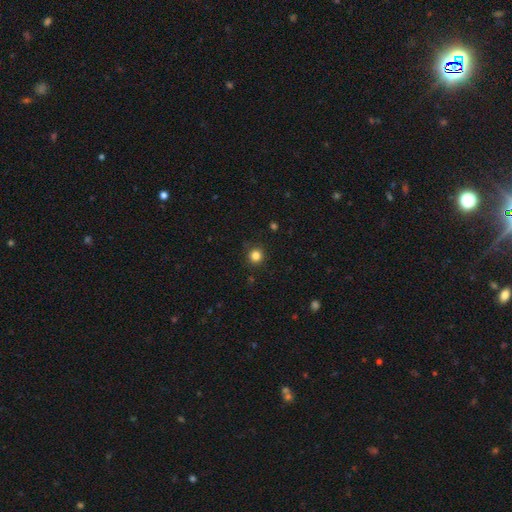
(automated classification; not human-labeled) smooth-or-featured: smooth: 83% | star or artifact: 13% | featured or disk: 4%
  how-rounded: round: 94% | in between: 5% | cigar-shaped: 1%
  merging: none: 90% | minor disturbance: 7% | major disturbance: 2% | merger: 1%